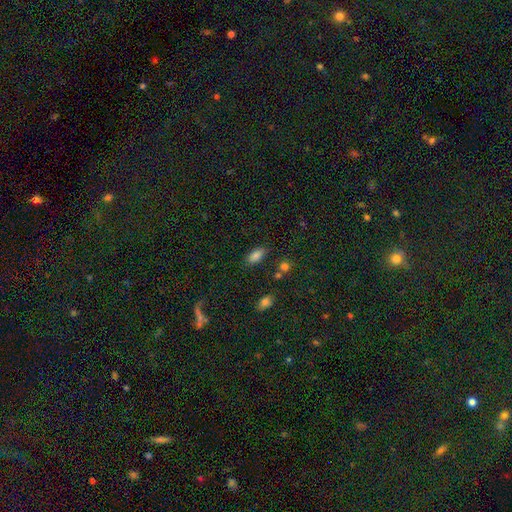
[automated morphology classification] smooth 84%, star or artifact 10%, featured or disk 6%. Down the decision tree: how rounded — in between (90%); merging — none (82%).